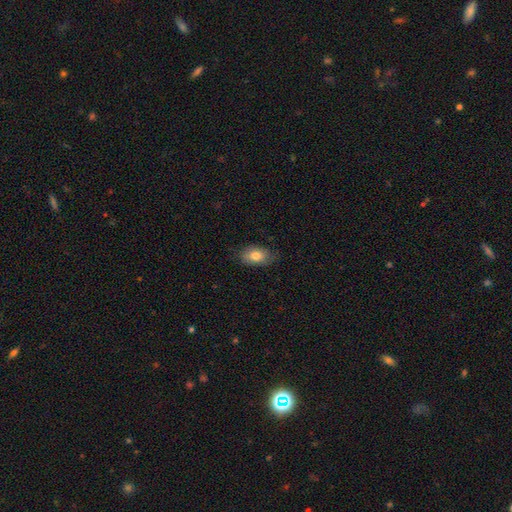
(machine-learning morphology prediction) smooth 79%, featured or disk 14%, star or artifact 7%. Down the decision tree: how rounded — in between (90%); merging — none (76%).